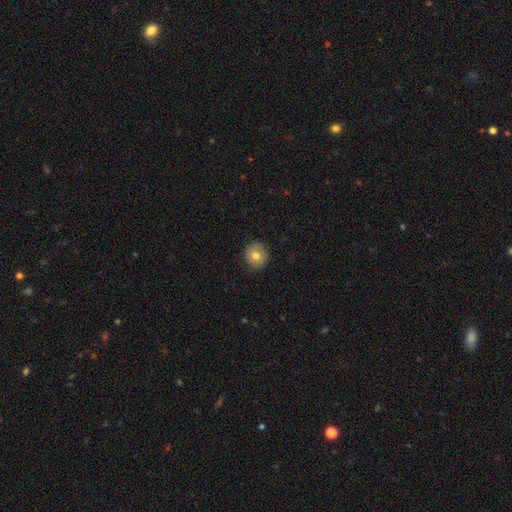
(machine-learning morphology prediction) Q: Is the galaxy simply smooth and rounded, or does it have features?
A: smooth — 72%.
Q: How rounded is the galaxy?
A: round — 91%.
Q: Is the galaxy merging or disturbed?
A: none — 80%.